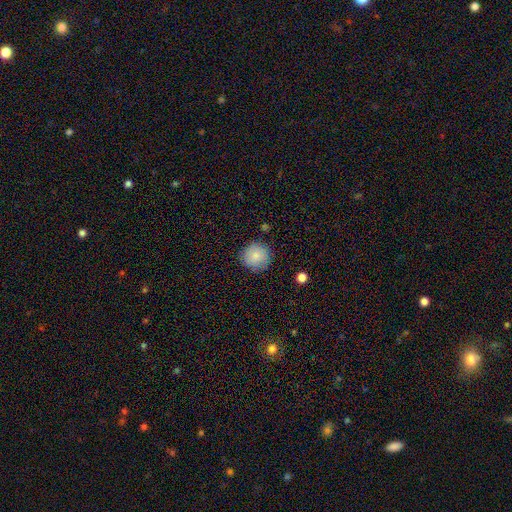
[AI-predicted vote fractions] Morphology: type=smooth (84%); roundness=round (94%); merging=none (84%).